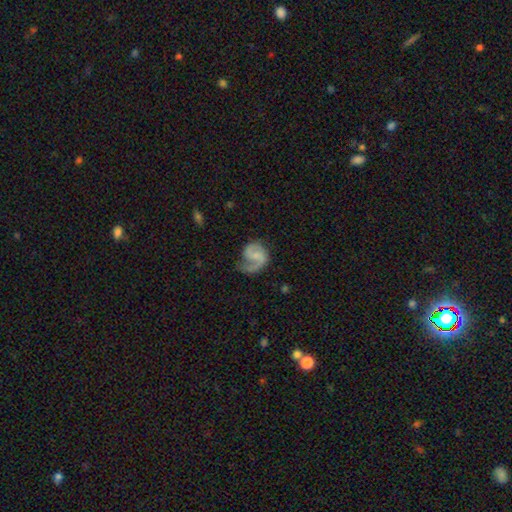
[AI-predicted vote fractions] Smooth or featured? Predicted: featured or disk (p=0.74). Edge-on disk? Predicted: no (p=0.98). Bar? Predicted: weak (p=0.47). Spiral arms? Predicted: yes (p=0.93). Spiral winding? Predicted: medium (p=0.46). Spiral arm count? Predicted: 2 (p=0.58). Bulge size? Predicted: none (p=0.44). Merging? Predicted: none (p=0.49).